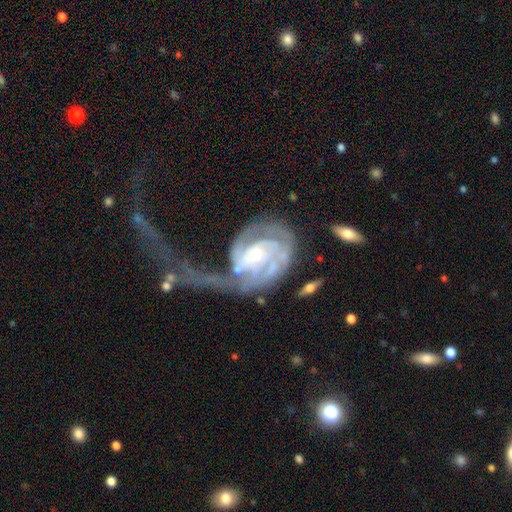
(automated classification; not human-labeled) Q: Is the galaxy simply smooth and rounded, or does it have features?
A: featured or disk — 87%.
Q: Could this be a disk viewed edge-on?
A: no — 98%.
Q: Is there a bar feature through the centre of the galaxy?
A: no — 61%.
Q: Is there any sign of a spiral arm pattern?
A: yes — 94%.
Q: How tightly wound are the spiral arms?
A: tight — 54%.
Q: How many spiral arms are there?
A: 2 — 29%.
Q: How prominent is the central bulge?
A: small — 62%.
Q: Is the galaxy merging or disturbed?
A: major disturbance — 54%.